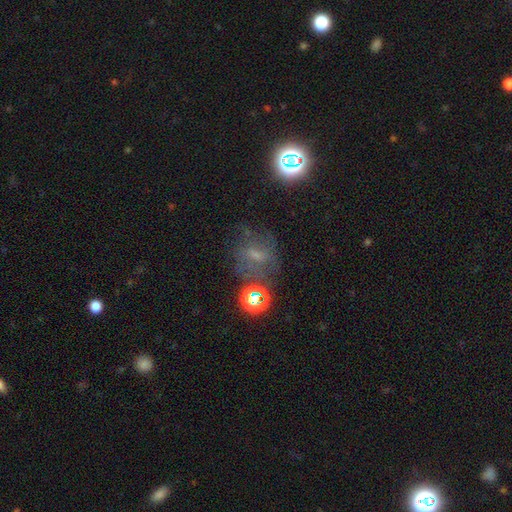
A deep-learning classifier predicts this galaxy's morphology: Overall: star or artifact (34%, tied with smooth).